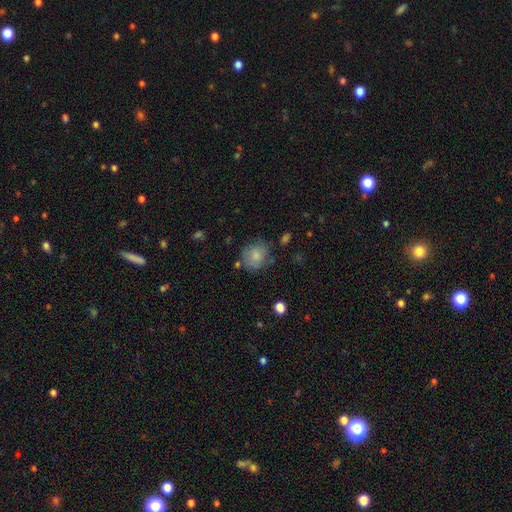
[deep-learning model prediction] This appears to be a smooth galaxy with no disk features (80%) that is round (70%). Merging: none (67%).